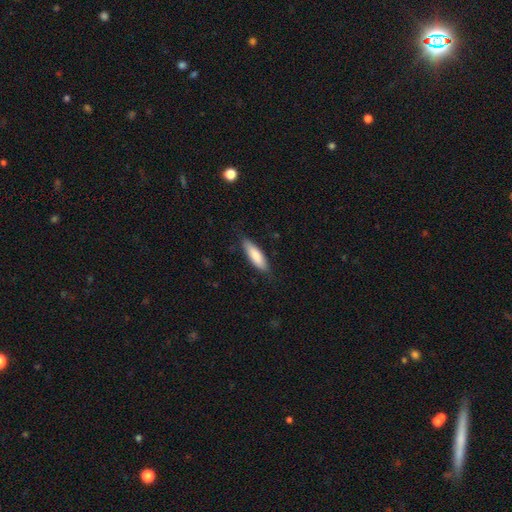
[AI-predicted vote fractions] smooth_or_featured: smooth (p=0.83) [alt: featured or disk p=0.12]
how_rounded: cigar-shaped (p=0.50) [alt: in between p=0.48]
merging: none (p=0.81) [alt: minor disturbance p=0.15]